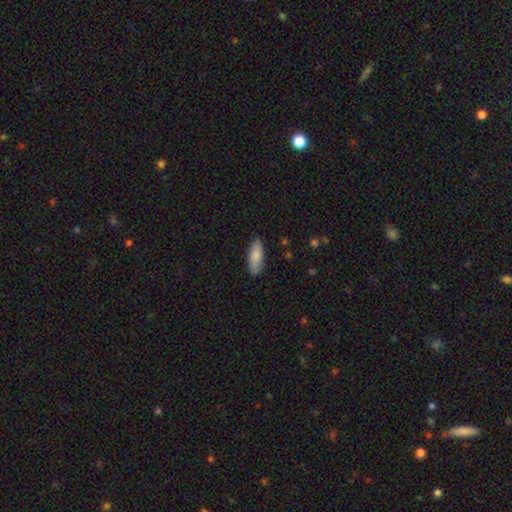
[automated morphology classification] This appears to be a smooth galaxy with no disk features (83%) that is in between round and cigar-shaped (70%). Merging: none (86%).